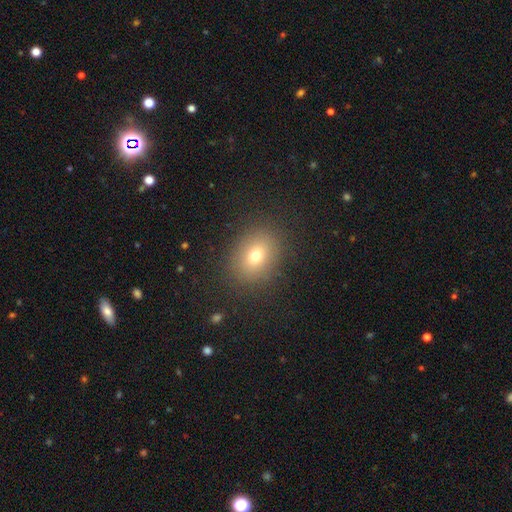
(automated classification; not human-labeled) This appears to be a smooth galaxy with no disk features (72%) that is in between round and cigar-shaped (53%). Merging: none (86%).